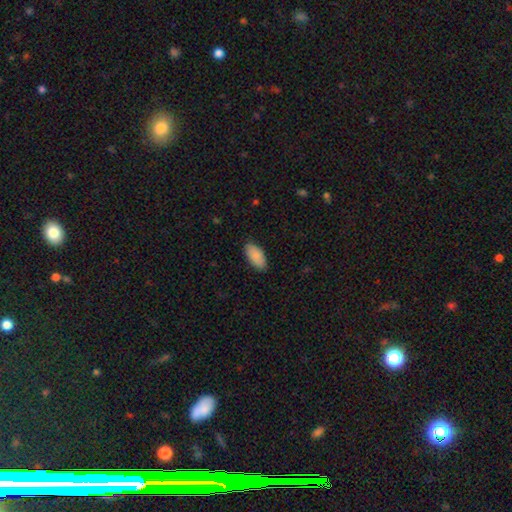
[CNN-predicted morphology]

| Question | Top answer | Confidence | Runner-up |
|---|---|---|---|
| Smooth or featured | smooth | 87% | featured or disk (7%) |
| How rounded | in between | 94% | cigar-shaped (4%) |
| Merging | none | 85% | minor disturbance (11%) |